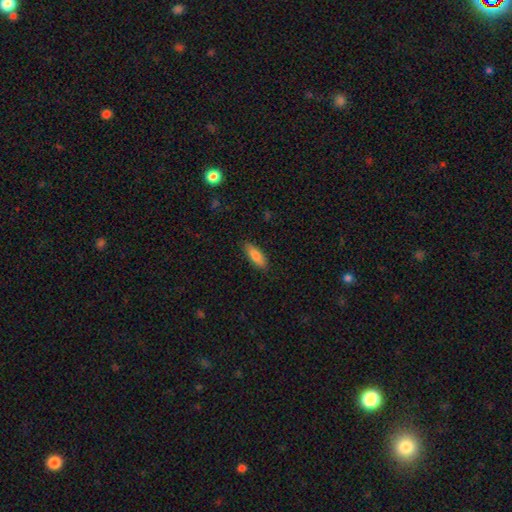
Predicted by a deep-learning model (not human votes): Smooth or featured?
  - smooth: 84% *
  - featured or disk: 10%
  - star or artifact: 6%
How rounded?
  - in between: 63% *
  - cigar-shaped: 36%
  - round: 2%
Merging?
  - none: 87% *
  - minor disturbance: 10%
  - major disturbance: 2%
  - merger: 1%